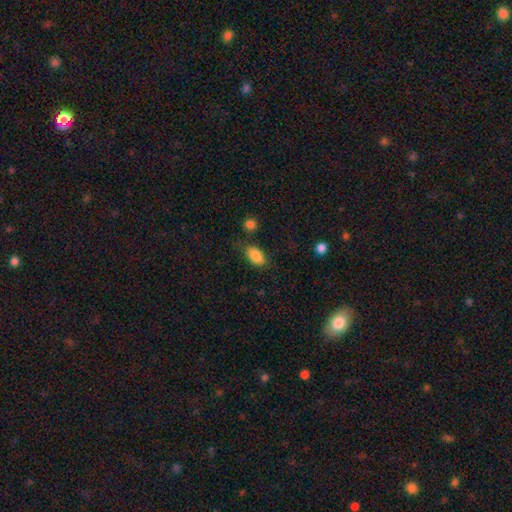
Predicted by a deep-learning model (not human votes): smooth_or_featured: smooth (p=0.84) [alt: featured or disk p=0.08]
how_rounded: in between (p=0.89) [alt: round p=0.07]
merging: none (p=0.74) [alt: minor disturbance p=0.17]